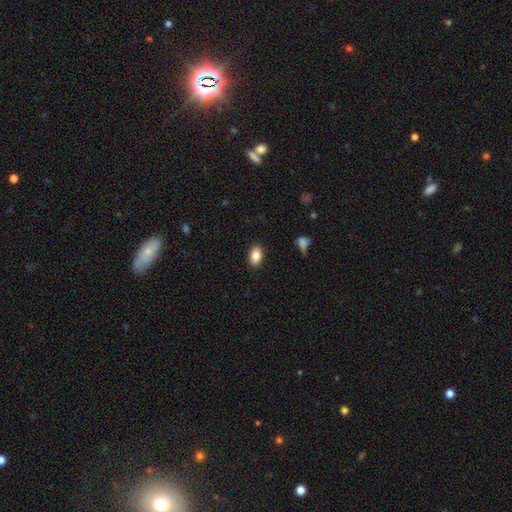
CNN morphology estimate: Overall: smooth (85%). How rounded: in between (89%). Merging: none (88%).